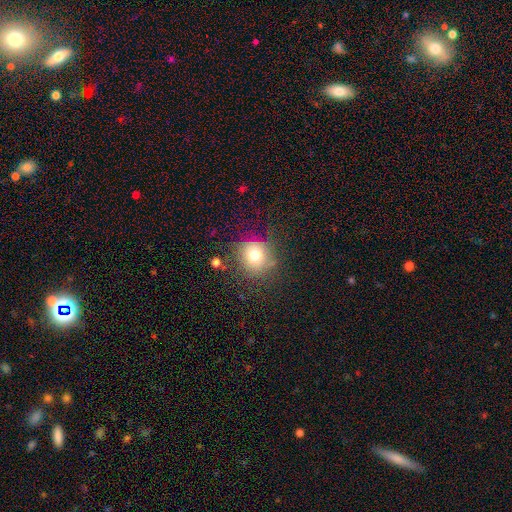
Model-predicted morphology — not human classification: smooth_or_featured: smooth (p=0.73) [alt: star or artifact p=0.15]
how_rounded: round (p=0.87) [alt: in between p=0.12]
merging: none (p=0.78) [alt: minor disturbance p=0.14]